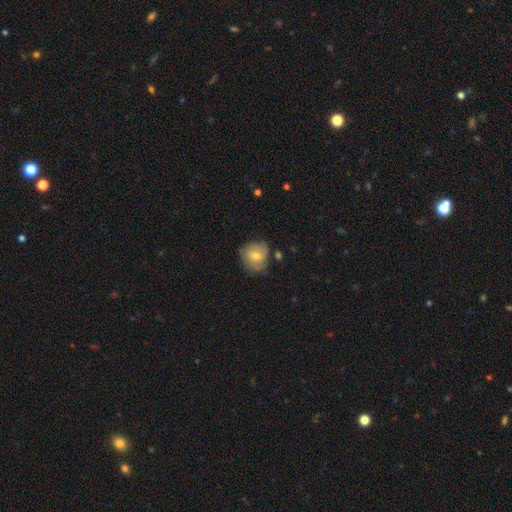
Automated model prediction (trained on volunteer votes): A smooth galaxy with no disk features (56%) that is round (79%). Merging: none (66%).